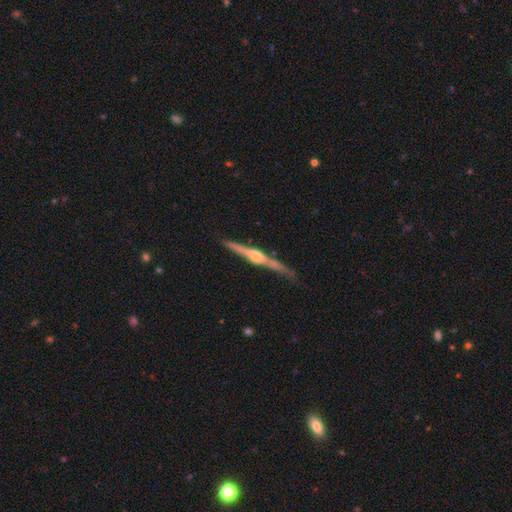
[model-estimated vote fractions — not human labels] Overall: featured or disk (82%). Edge-on disk: yes (98%). Edge-on bulge: rounded (80%). Merging: none (85%).